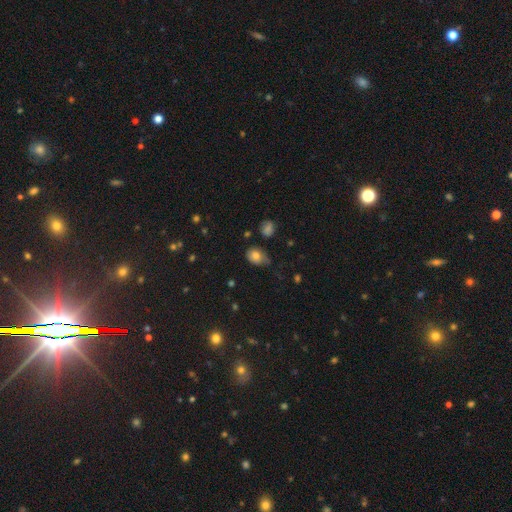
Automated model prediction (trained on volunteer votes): The model was most divided on "merging": none: 52%, minor disturbance: 36%, major disturbance: 9%, merger: 3%. More confident: smooth or featured — smooth (77%); how rounded — in between (68%).